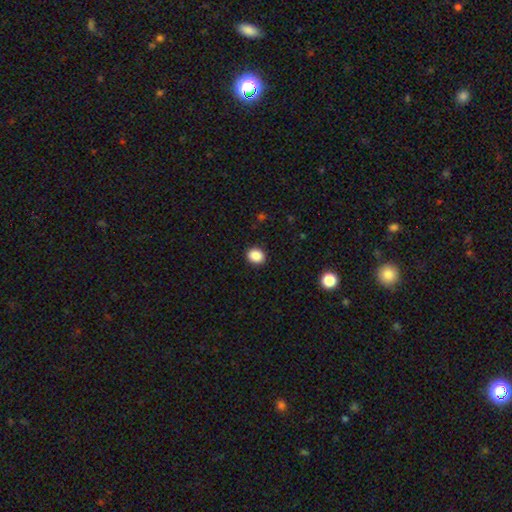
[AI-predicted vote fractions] Morphology: type=smooth (89%); roundness=round (54%); merging=none (91%).